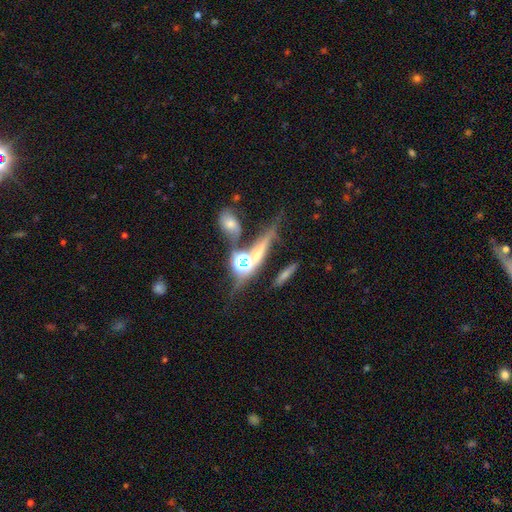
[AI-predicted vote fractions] This appears to be a featured or disk galaxy (37%). Merging: none (46%).